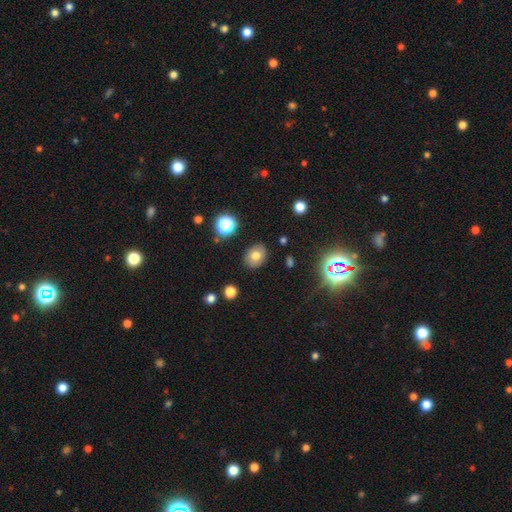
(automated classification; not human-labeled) A smooth galaxy with no disk features (73%) that is in between round and cigar-shaped (50%).

Vote fractions:
- Smooth or featured? smooth: 73% / featured or disk: 14% / star or artifact: 13%
- How rounded? in between: 50% / round: 49% / cigar-shaped: 1%
- Merging? none: 85% / minor disturbance: 10% / major disturbance: 3% / merger: 2%